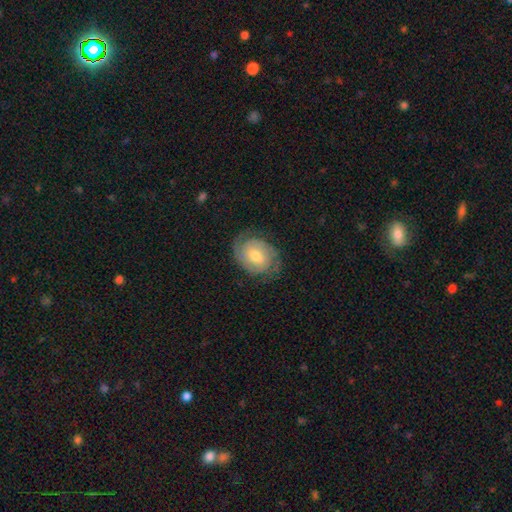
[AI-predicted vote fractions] The model was most divided on "bar": no: 49%, weak: 41%, strong: 10%. More confident: edge-on disk — no (97%); spiral arms — yes (93%); spiral arm count — 2 (78%); merging — none (77%); smooth or featured — featured or disk (75%); bulge size — moderate (65%); spiral winding — tight (61%).